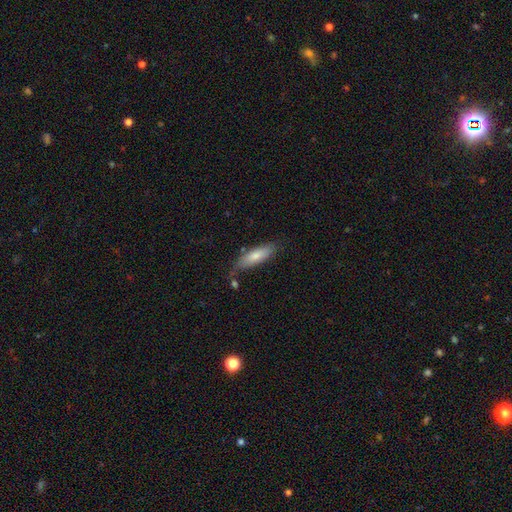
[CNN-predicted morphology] Q: Smooth or featured?
A: smooth (76%); runner-up: featured or disk (18%)
Q: How rounded?
A: in between (51%); runner-up: cigar-shaped (48%)
Q: Merging?
A: none (67%); runner-up: minor disturbance (22%)